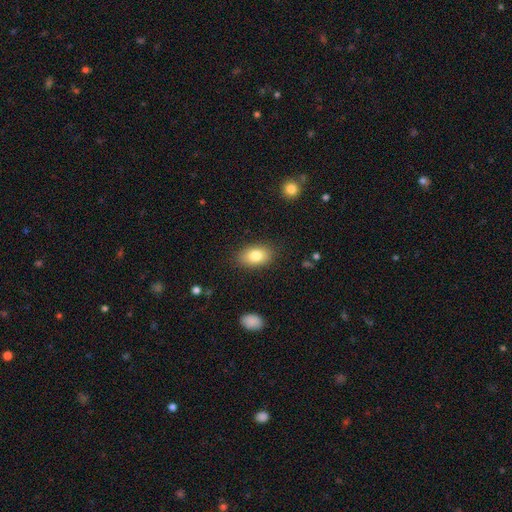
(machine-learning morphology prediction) This appears to be a smooth galaxy with no disk features (82%) that is in between round and cigar-shaped (88%). Merging: none (85%).